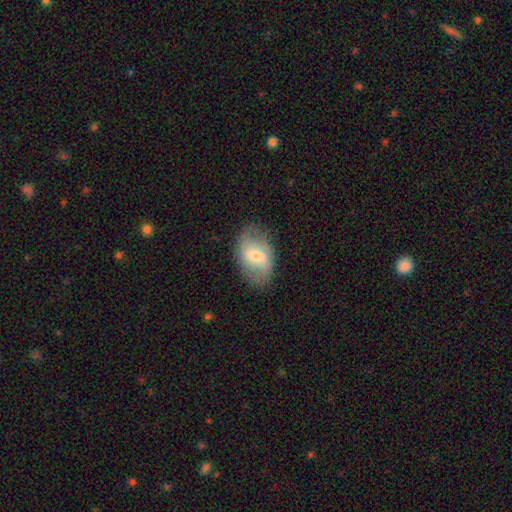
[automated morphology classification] The model was most divided on "bulge size": small: 49%, moderate: 43%, large: 4%, none: 3%, dominant: 1%. More confident: edge-on disk — no (95%); spiral arms — yes (80%); merging — none (78%); smooth or featured — featured or disk (55%); bar — weak (54%).